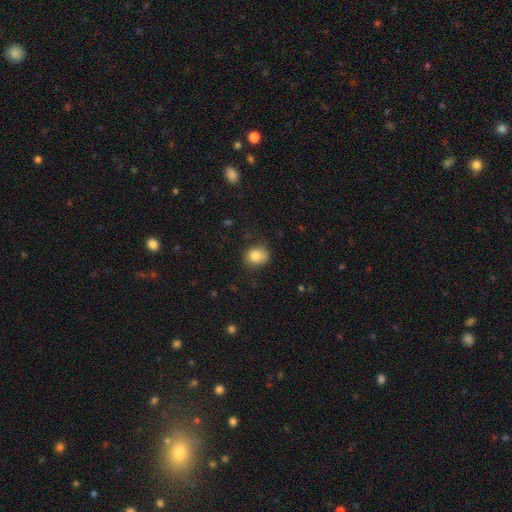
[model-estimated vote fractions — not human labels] A smooth galaxy with no disk features (83%) that is round (65%).

Vote fractions:
- Smooth or featured? smooth: 83% / star or artifact: 10% / featured or disk: 7%
- How rounded? round: 65% / in between: 34% / cigar-shaped: 1%
- Merging? none: 75% / minor disturbance: 19% / major disturbance: 5% / merger: 1%